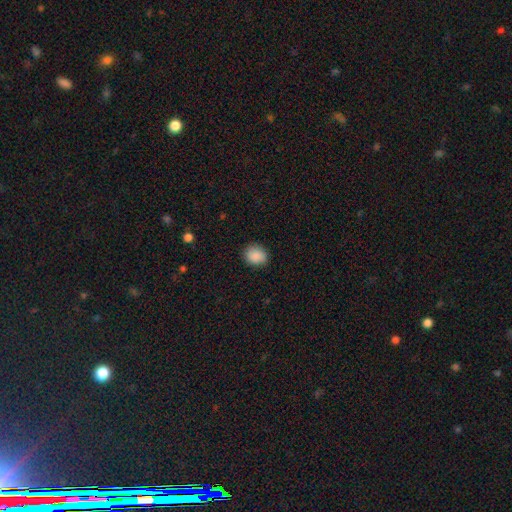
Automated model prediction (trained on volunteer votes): A smooth galaxy with no disk features (89%) that is round (63%).

Vote fractions:
- Smooth or featured? smooth: 89% / star or artifact: 8% / featured or disk: 3%
- How rounded? round: 63% / in between: 36% / cigar-shaped: 1%
- Merging? none: 85% / minor disturbance: 11% / major disturbance: 3% / merger: 1%